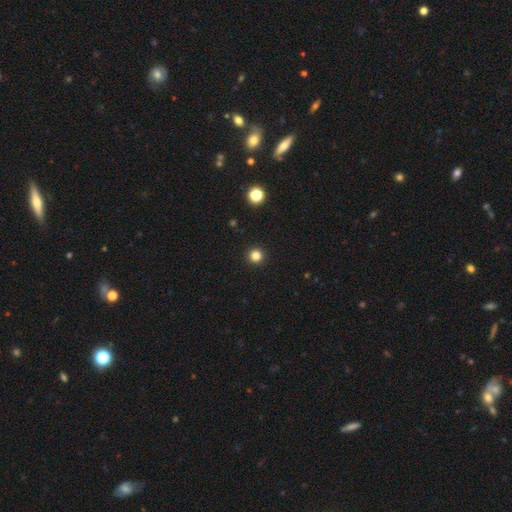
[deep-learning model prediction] Smooth or featured: smooth — 83% (star or artifact — 14%)
How rounded: round — 96% (in between — 3%)
Merging: none — 94% (minor disturbance — 4%)